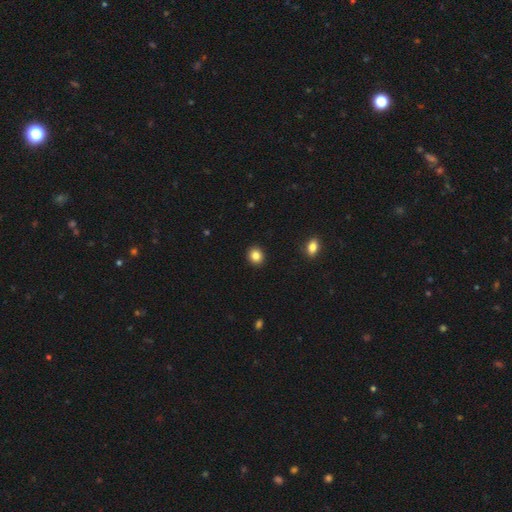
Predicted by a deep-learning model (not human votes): Overall: smooth (84%). How rounded: round (77%). Merging: none (92%).